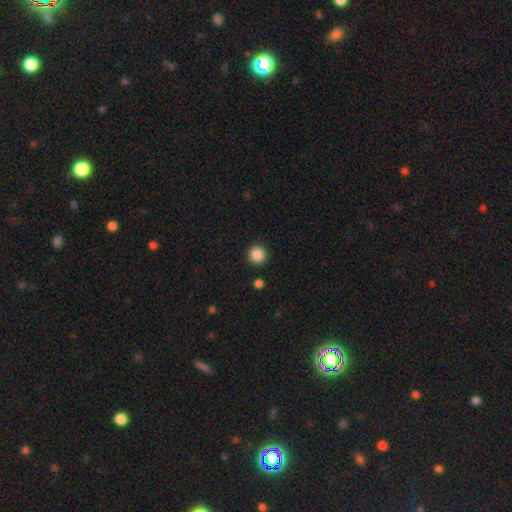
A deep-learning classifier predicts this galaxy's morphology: Smooth or featured? smooth (88%)
How rounded? round (94%)
Merging? none (91%)